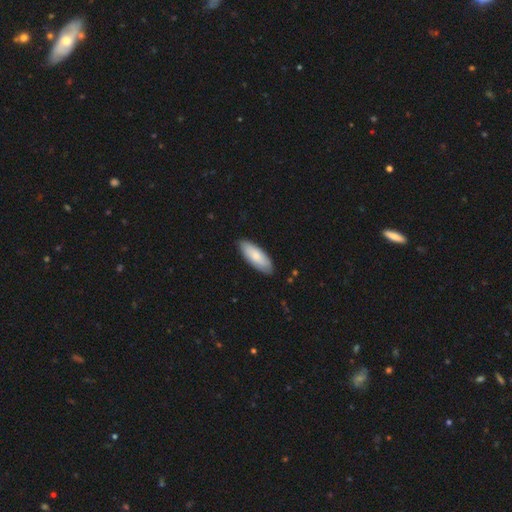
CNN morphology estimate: smooth-or-featured: smooth: 79% | featured or disk: 16% | star or artifact: 5%
  how-rounded: in between: 73% | cigar-shaped: 25% | round: 2%
  merging: none: 85% | minor disturbance: 12% | major disturbance: 2% | merger: 1%